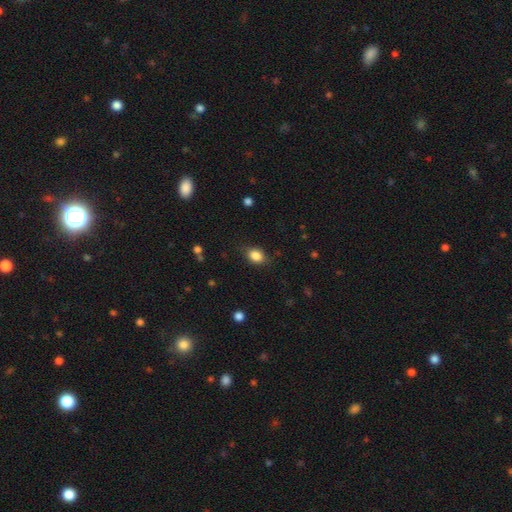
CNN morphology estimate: Q: Smooth or featured?
A: smooth (85%); runner-up: star or artifact (9%)
Q: How rounded?
A: in between (70%); runner-up: round (29%)
Q: Merging?
A: none (81%); runner-up: minor disturbance (14%)